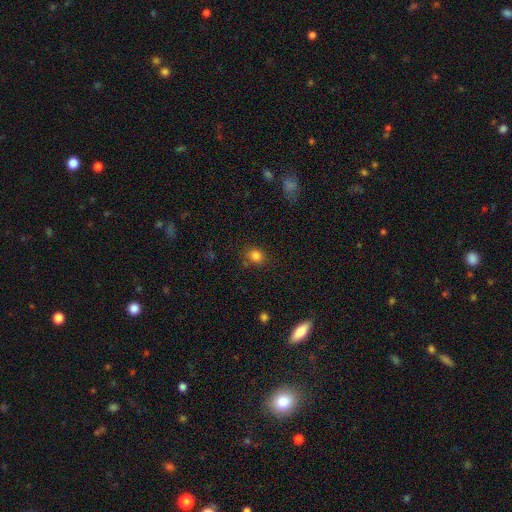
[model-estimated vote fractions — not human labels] smooth 82%, star or artifact 13%, featured or disk 5%. Down the decision tree: how rounded — round (69%); merging — none (80%).